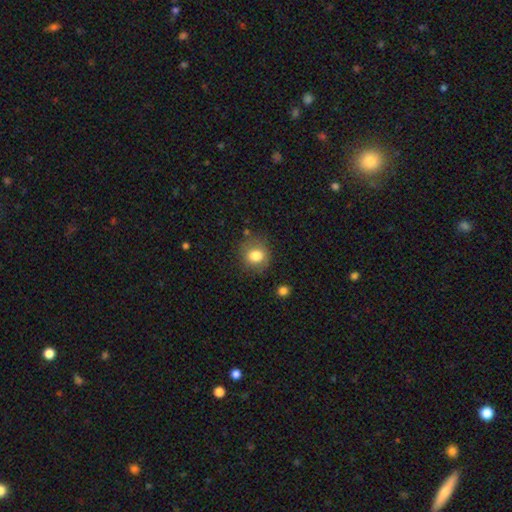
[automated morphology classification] The model was most divided on "how rounded": round: 75%, in between: 24%, cigar-shaped: 1%. More confident: smooth or featured — smooth (80%); merging — none (77%).